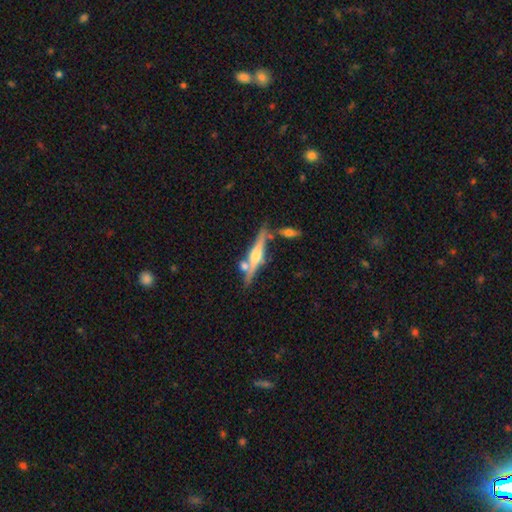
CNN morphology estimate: A featured or disk galaxy (71%) viewed edge-on (96%) with a rounded central bulge (86%).

Vote fractions:
- Smooth or featured? featured or disk: 71% / smooth: 22% / star or artifact: 6%
- Edge-on disk? yes: 96% / no: 4%
- Edge-on bulge? rounded: 86% / boxy: 10% / none: 5%
- Merging? none: 69% / merger: 15% / minor disturbance: 12% / major disturbance: 4%